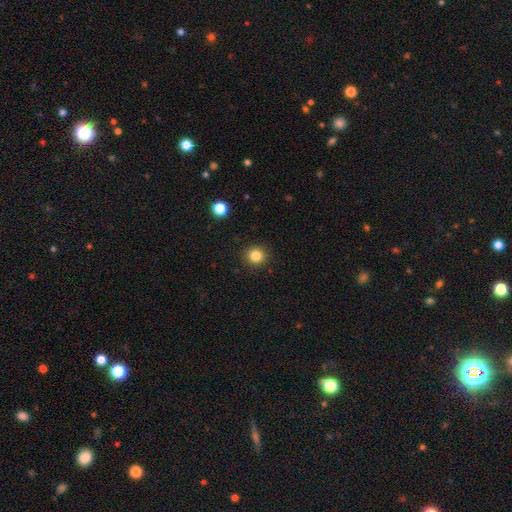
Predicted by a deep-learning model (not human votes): smooth_or_featured: smooth (p=0.84) [alt: star or artifact p=0.12]
how_rounded: round (p=0.90) [alt: in between p=0.09]
merging: none (p=0.91) [alt: minor disturbance p=0.06]